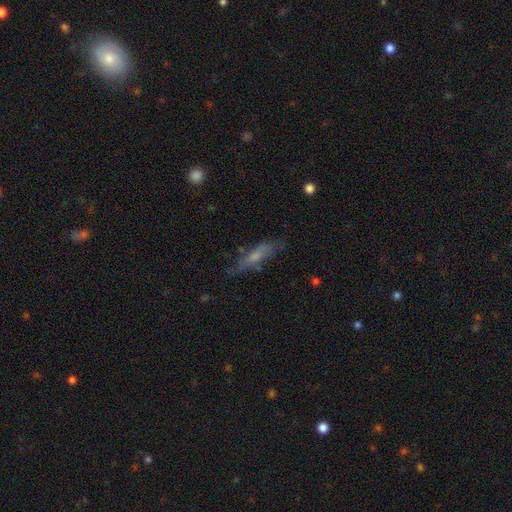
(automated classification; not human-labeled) Q: Smooth or featured?
A: smooth (52%); runner-up: featured or disk (40%)
Q: How rounded?
A: cigar-shaped (68%); runner-up: in between (29%)
Q: Merging?
A: none (61%); runner-up: minor disturbance (25%)